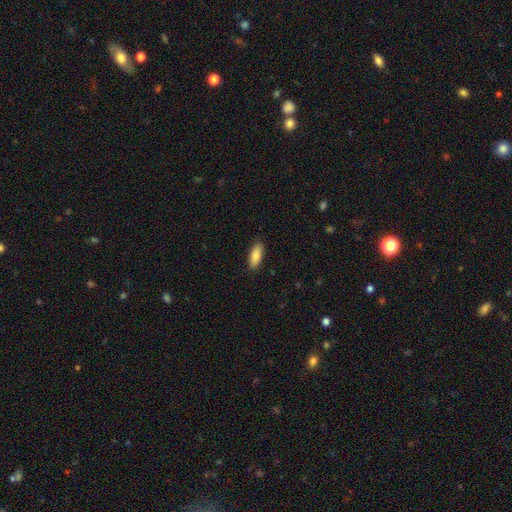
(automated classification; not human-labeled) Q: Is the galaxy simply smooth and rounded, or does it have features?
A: smooth — 85%.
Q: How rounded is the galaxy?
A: in between — 75%.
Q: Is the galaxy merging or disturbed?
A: none — 89%.